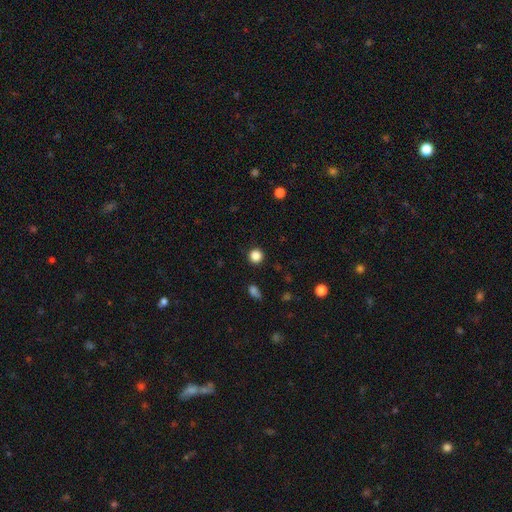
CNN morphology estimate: smooth_or_featured: smooth (p=0.86) [alt: star or artifact p=0.11]
how_rounded: round (p=0.94) [alt: in between p=0.05]
merging: none (p=0.92) [alt: minor disturbance p=0.05]